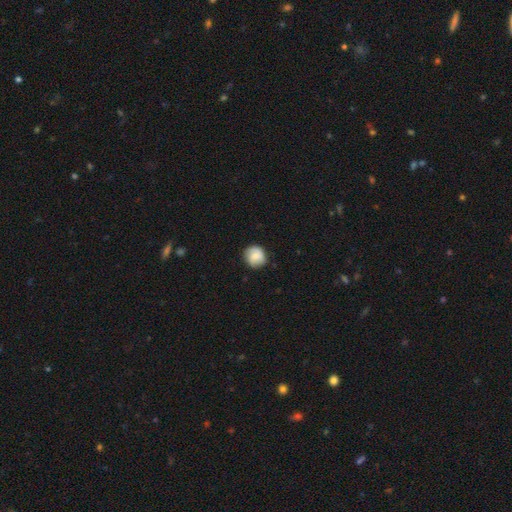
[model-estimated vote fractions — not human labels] The model was most divided on "smooth or featured": smooth: 78%, featured or disk: 15%, star or artifact: 7%. More confident: how rounded — round (88%); merging — none (82%).